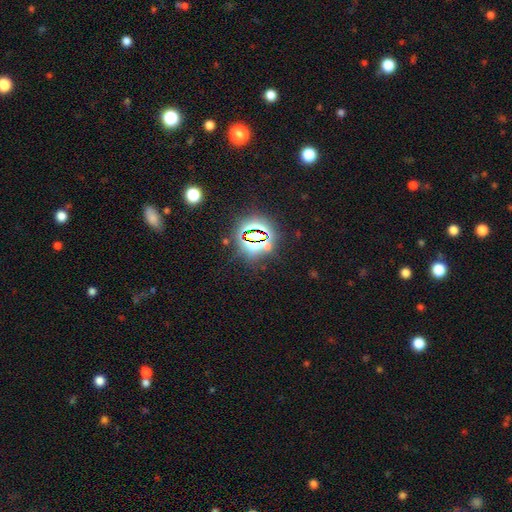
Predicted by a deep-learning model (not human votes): A star or artifact, not a galaxy (80%).